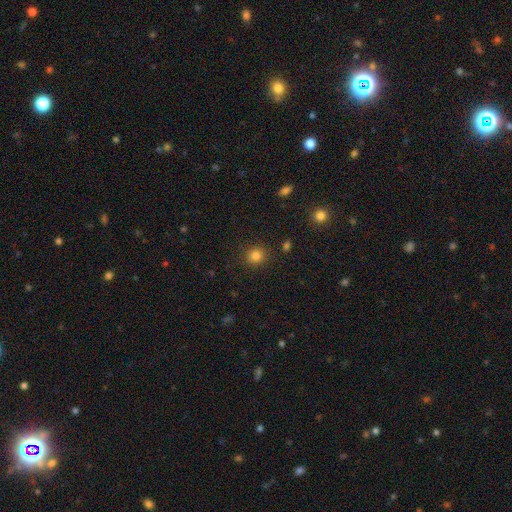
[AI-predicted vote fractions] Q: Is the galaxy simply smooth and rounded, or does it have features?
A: smooth — 83%.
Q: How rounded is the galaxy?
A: round — 84%.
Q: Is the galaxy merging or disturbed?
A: none — 88%.